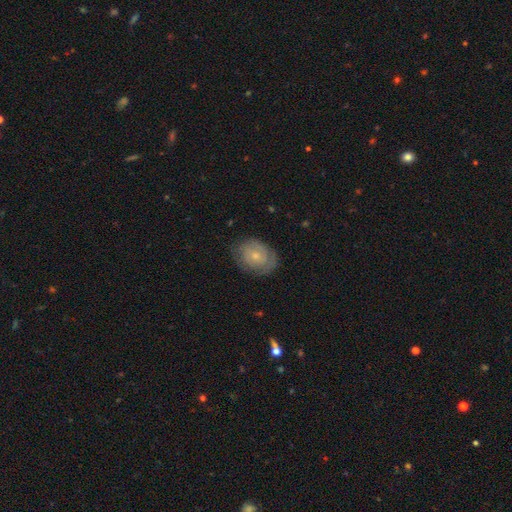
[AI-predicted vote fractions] Morphology: type=smooth (49%); merging=none (73%).